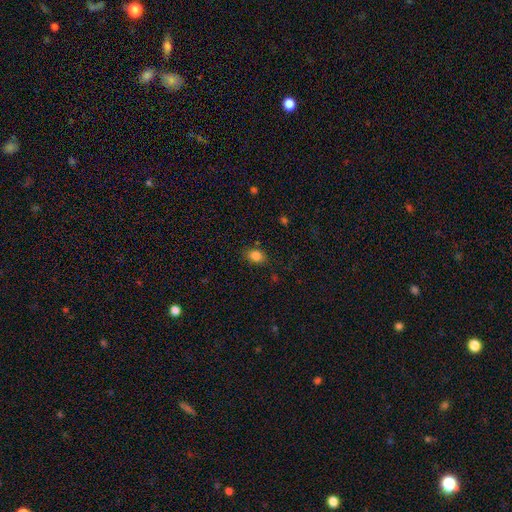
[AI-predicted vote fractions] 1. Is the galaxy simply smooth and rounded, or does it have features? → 84% smooth, 11% star or artifact, 5% featured or disk.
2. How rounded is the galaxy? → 64% in between, 35% round, 1% cigar-shaped.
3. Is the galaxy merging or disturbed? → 82% none, 13% minor disturbance, 4% major disturbance, 2% merger.